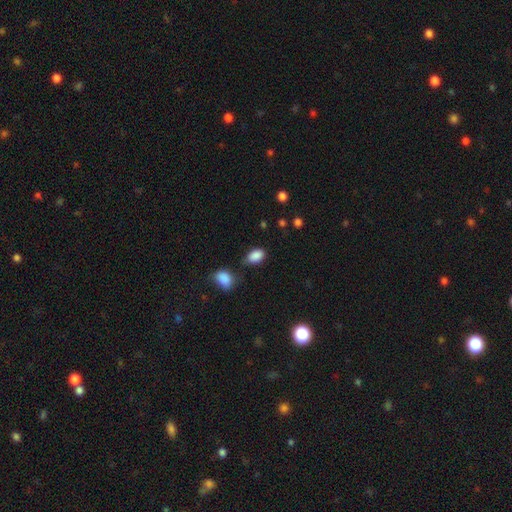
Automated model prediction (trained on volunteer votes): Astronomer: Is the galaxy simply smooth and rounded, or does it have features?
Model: smooth — 87%.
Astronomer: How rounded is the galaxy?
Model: in between — 88%.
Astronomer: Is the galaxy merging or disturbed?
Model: none — 65%.